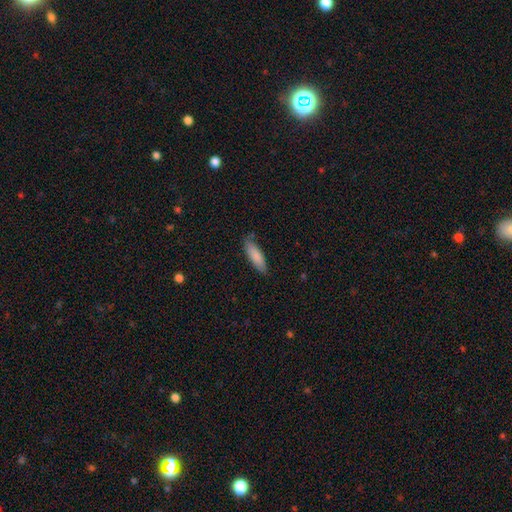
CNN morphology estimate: The model was most divided on "how rounded": cigar-shaped: 52%, in between: 46%, round: 1%. More confident: smooth or featured — smooth (85%); merging — none (82%).